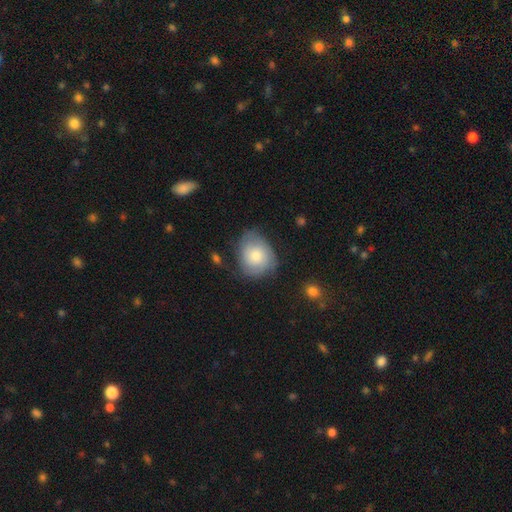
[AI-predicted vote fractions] smooth_or_featured: smooth (p=0.55) [alt: featured or disk p=0.38]
how_rounded: round (p=0.60) [alt: in between p=0.39]
merging: none (p=0.60) [alt: minor disturbance p=0.28]